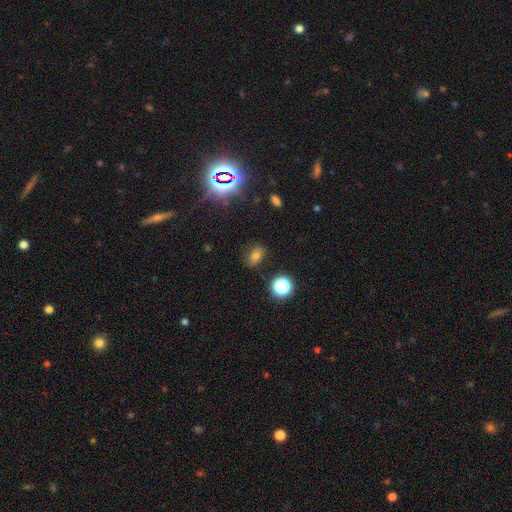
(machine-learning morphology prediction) smooth_or_featured: smooth (p=0.67) [alt: star or artifact p=0.23]
how_rounded: in between (p=0.72) [alt: round p=0.26]
merging: none (p=0.82) [alt: minor disturbance p=0.12]